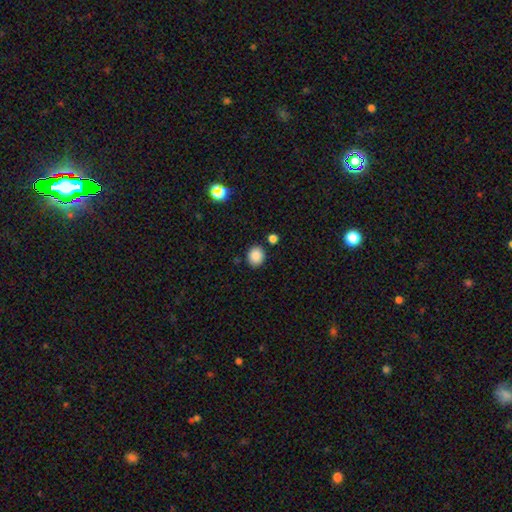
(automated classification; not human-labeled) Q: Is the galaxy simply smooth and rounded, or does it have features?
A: smooth — 87%.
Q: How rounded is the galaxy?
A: round — 71%.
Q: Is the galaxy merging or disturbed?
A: none — 84%.